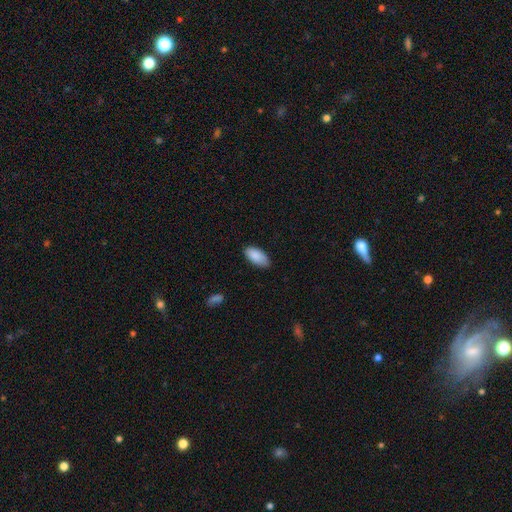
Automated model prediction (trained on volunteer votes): Smooth or featured? smooth (88%)
How rounded? in between (93%)
Merging? none (79%)